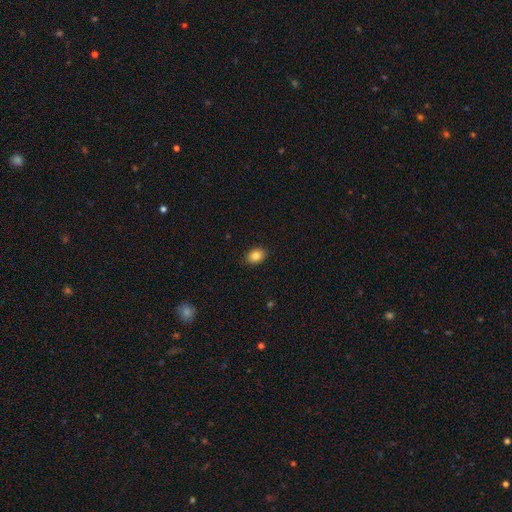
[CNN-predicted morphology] This is clearly a smooth galaxy (86%). How rounded: likely in between (69%). Merging: clearly none (89%).